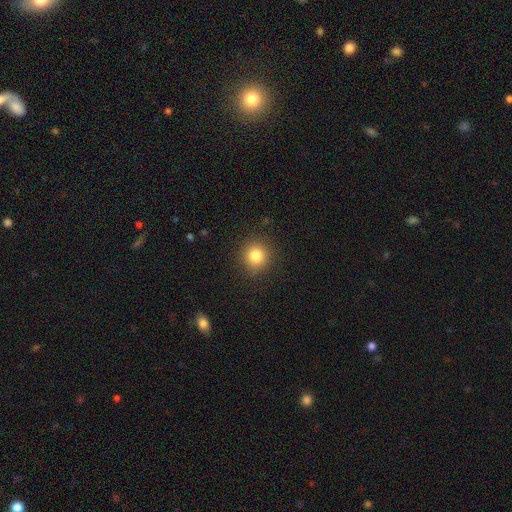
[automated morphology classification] Smooth or featured? Predicted: smooth (p=0.82). How rounded? Predicted: round (p=0.92). Merging? Predicted: none (p=0.89).